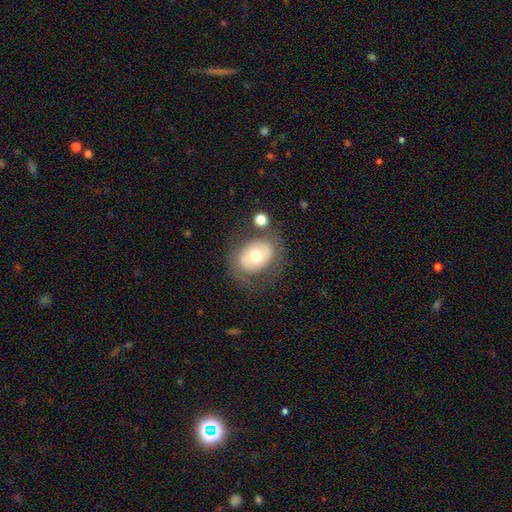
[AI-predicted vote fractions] Smooth or featured?
  - smooth: 54% *
  - featured or disk: 38%
  - star or artifact: 8%
How rounded?
  - in between: 61% *
  - round: 38%
  - cigar-shaped: 1%
Merging?
  - none: 69% *
  - minor disturbance: 16%
  - major disturbance: 10%
  - merger: 6%